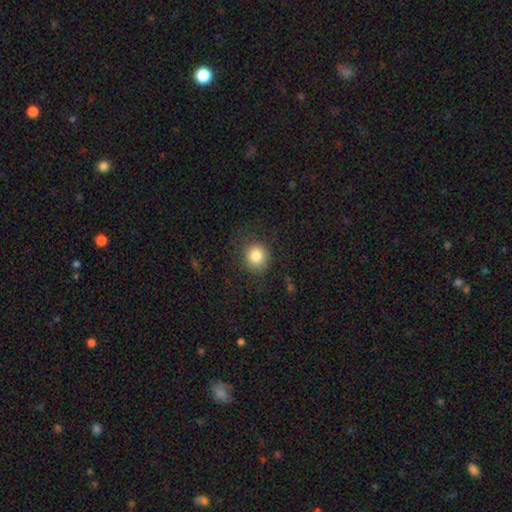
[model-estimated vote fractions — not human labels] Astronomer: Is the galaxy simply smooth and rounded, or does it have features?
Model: smooth — 83%.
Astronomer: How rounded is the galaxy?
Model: round — 88%.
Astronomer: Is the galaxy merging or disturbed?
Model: none — 85%.